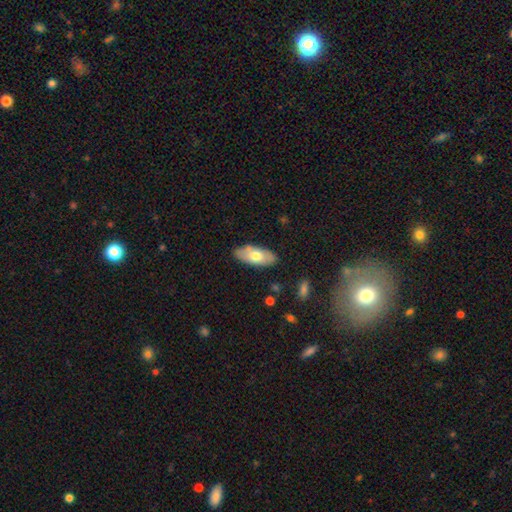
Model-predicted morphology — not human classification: Overall: smooth (64%; featured or disk 30%). How rounded: in between (89%). Merging: none (81%).